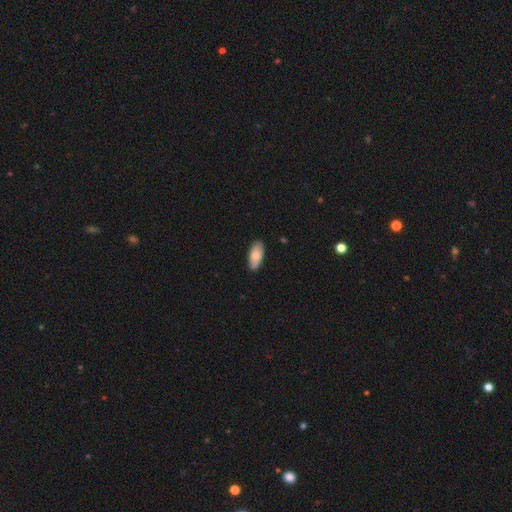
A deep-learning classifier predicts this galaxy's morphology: This is likely a smooth galaxy (76%). How rounded: clearly in between (90%). Merging: clearly none (81%).